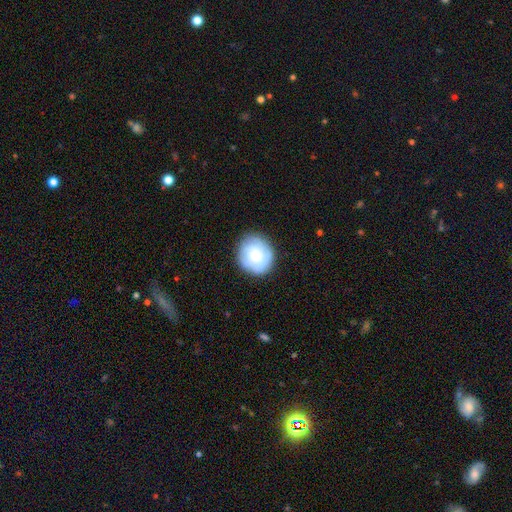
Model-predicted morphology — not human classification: Overall: smooth (62%; featured or disk 31%). How rounded: round (83%). Merging: none (83%).